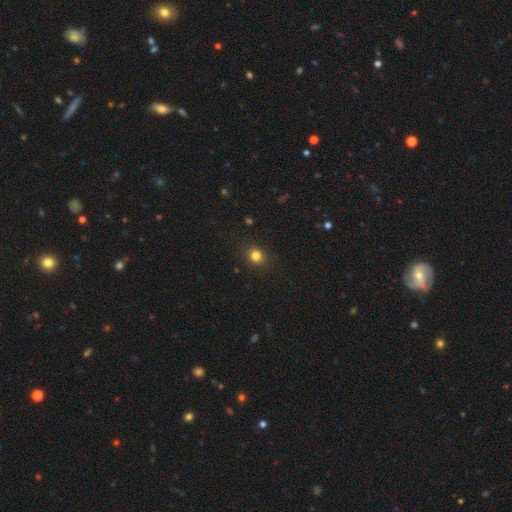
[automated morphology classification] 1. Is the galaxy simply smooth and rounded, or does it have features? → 81% smooth, 14% star or artifact, 5% featured or disk.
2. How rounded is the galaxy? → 79% round, 20% in between, 1% cigar-shaped.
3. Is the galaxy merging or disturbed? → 89% none, 7% minor disturbance, 2% major disturbance, 1% merger.